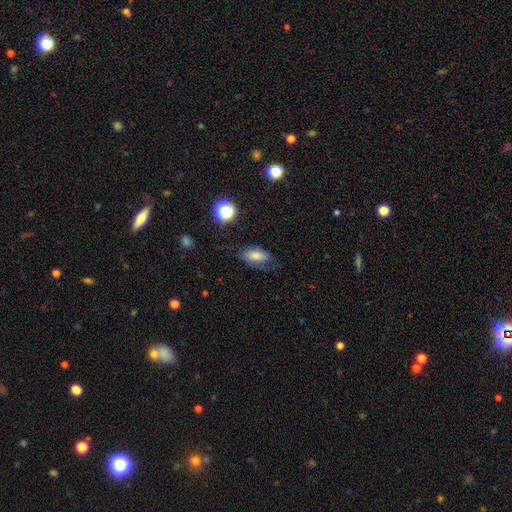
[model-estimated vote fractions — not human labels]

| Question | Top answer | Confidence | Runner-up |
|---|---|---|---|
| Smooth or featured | smooth | 76% | featured or disk (12%) |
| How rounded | in between | 87% | cigar-shaped (8%) |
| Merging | none | 63% | minor disturbance (25%) |